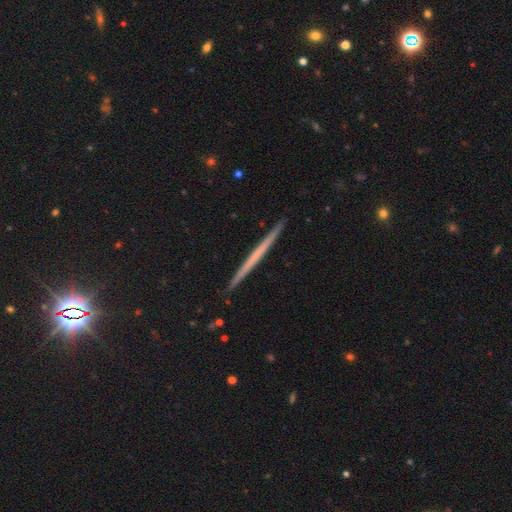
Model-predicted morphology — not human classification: Smooth or featured? Predicted: featured or disk (p=0.55). Edge-on disk? Predicted: yes (p=0.98). Edge-on bulge? Predicted: none (p=0.92). Merging? Predicted: none (p=0.92).